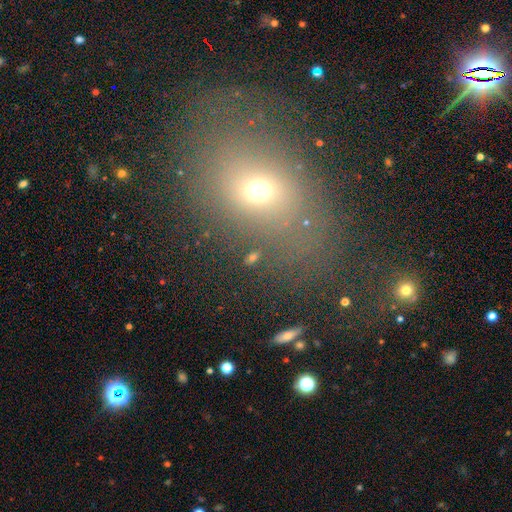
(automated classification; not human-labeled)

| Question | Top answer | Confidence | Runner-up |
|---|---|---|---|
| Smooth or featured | smooth | 56% | star or artifact (29%) |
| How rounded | in between | 55% | round (42%) |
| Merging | none | 72% | minor disturbance (13%) |